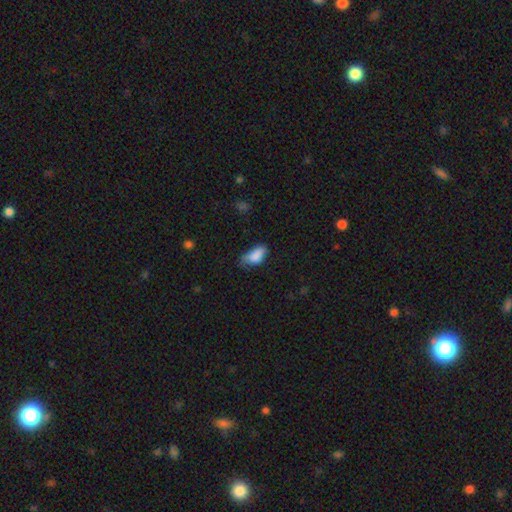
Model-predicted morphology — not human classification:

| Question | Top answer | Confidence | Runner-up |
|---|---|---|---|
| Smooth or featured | smooth | 83% | featured or disk (9%) |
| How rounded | in between | 91% | cigar-shaped (6%) |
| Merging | minor disturbance | 41% | none (39%) |